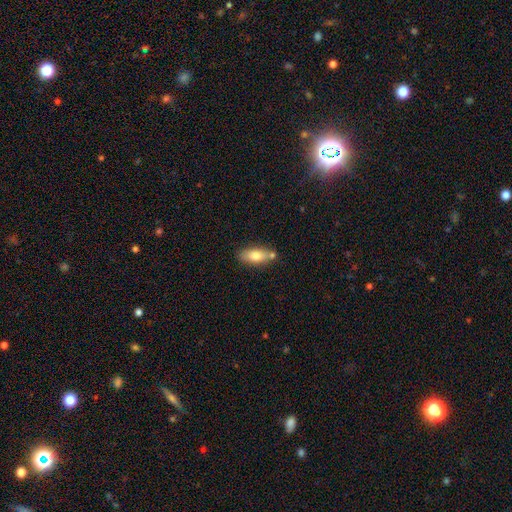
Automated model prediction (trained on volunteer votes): The model was most divided on "merging": none: 68%, minor disturbance: 15%, merger: 14%, major disturbance: 3%. More confident: how rounded — in between (78%); smooth or featured — smooth (75%).